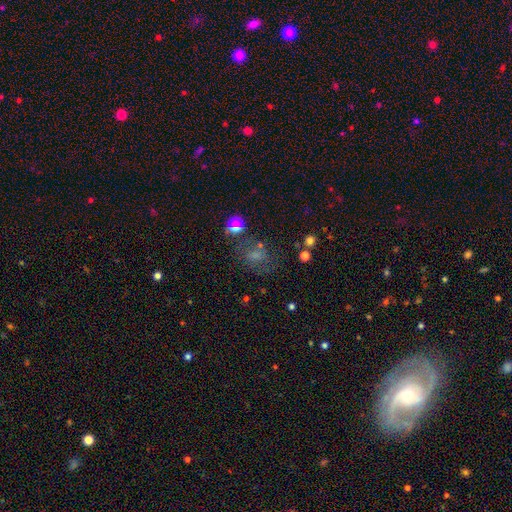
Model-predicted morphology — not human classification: A smooth galaxy with no disk features (42%).

Vote fractions:
- Smooth or featured? smooth: 42% / featured or disk: 30% / star or artifact: 28%
- Merging? none: 55% / minor disturbance: 20% / major disturbance: 17% / merger: 9%